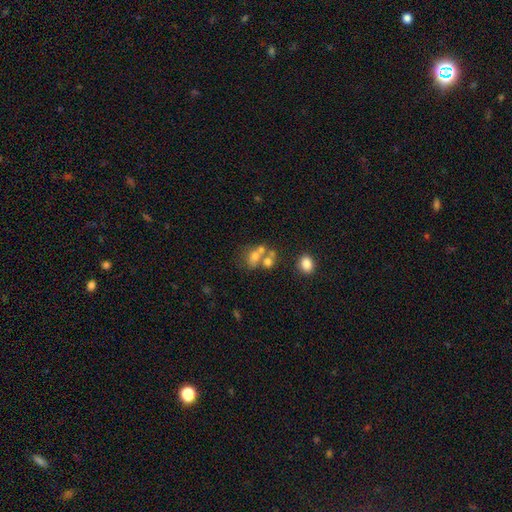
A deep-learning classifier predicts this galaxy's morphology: Smooth or featured?
  - smooth: 60% *
  - featured or disk: 24%
  - star or artifact: 16%
How rounded?
  - in between: 49% * (tied)
  - round: 49% * (tied)
  - cigar-shaped: 2%
Merging?
  - merger: 50% *
  - none: 31%
  - minor disturbance: 10%
  - major disturbance: 9%